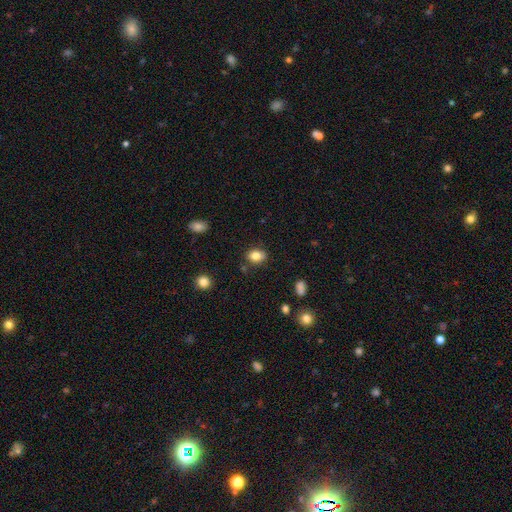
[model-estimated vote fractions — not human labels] A smooth galaxy with no disk features (81%) that is in between round and cigar-shaped (61%).

Vote fractions:
- Smooth or featured? smooth: 81% / star or artifact: 10% / featured or disk: 9%
- How rounded? in between: 61% / round: 38% / cigar-shaped: 1%
- Merging? none: 81% / minor disturbance: 13% / merger: 3% / major disturbance: 3%